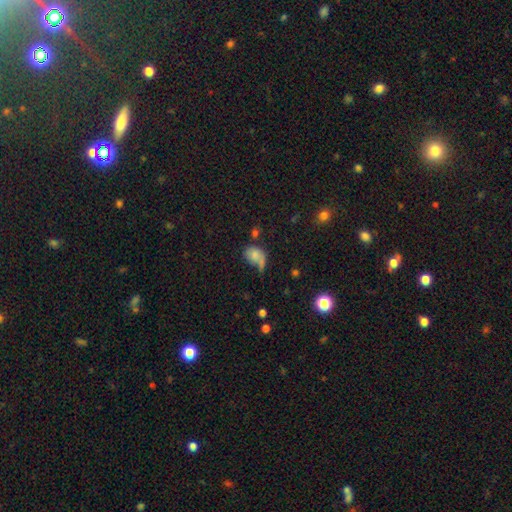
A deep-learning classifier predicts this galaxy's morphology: This appears to be a smooth galaxy with no disk features (70%) that is in between round and cigar-shaped (65%). Merging: none (32%).